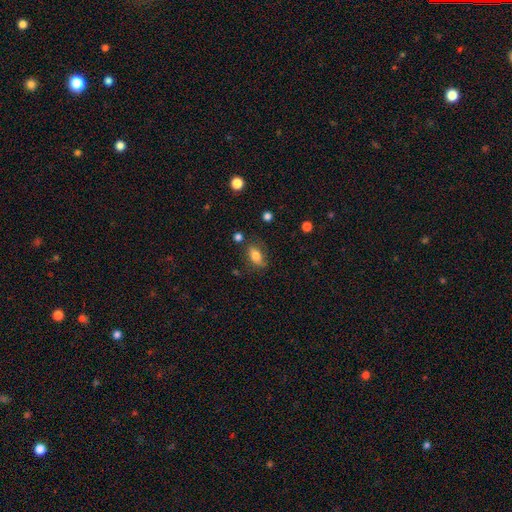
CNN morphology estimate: Smooth or featured? Predicted: smooth (p=0.77). How rounded? Predicted: in between (p=0.84). Merging? Predicted: none (p=0.70).